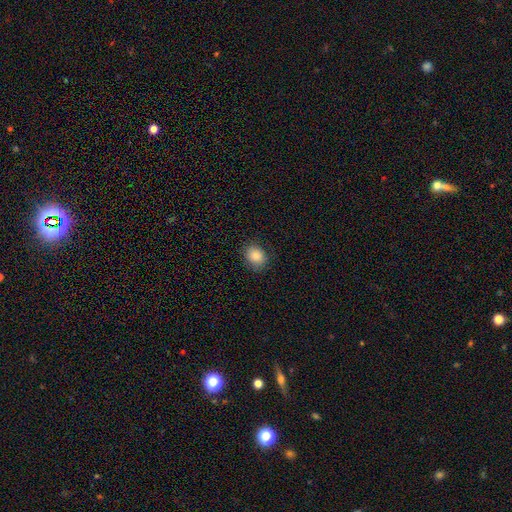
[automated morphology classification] Smooth or featured: smooth — 86% (star or artifact — 9%)
How rounded: round — 60% (in between — 39%)
Merging: none — 85% (minor disturbance — 11%)